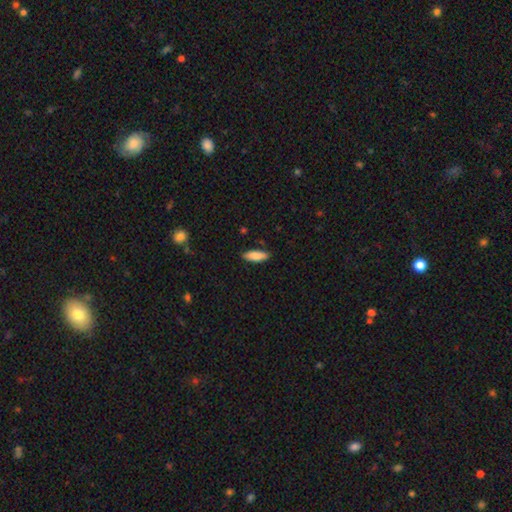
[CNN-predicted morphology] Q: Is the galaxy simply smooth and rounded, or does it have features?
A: smooth — 85%.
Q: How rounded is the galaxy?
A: in between — 63%.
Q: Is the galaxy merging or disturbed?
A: none — 86%.